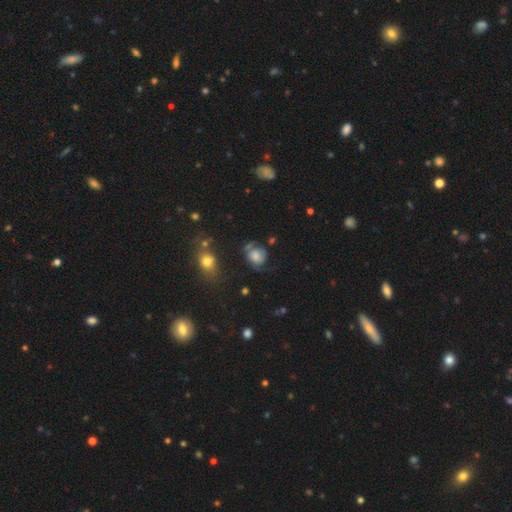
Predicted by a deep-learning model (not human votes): A featured or disk galaxy (45%). Merging: none (46%).